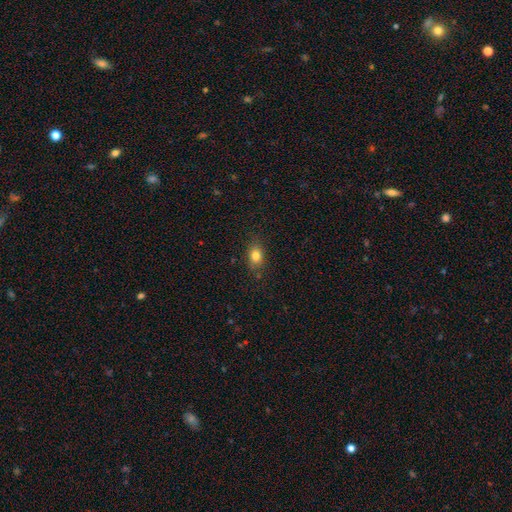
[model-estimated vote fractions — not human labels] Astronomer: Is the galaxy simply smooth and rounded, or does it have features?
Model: smooth — 81%.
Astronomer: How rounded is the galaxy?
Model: in between — 71%.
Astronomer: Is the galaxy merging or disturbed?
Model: none — 81%.